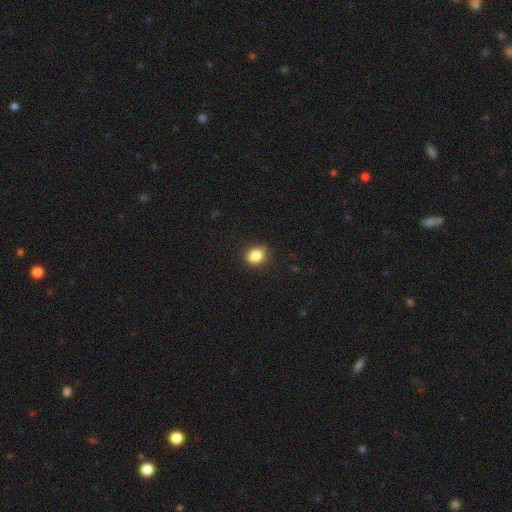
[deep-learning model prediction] The model was most divided on "how rounded": round: 59%, in between: 39%, cigar-shaped: 1%. More confident: merging — none (87%); smooth or featured — smooth (86%).